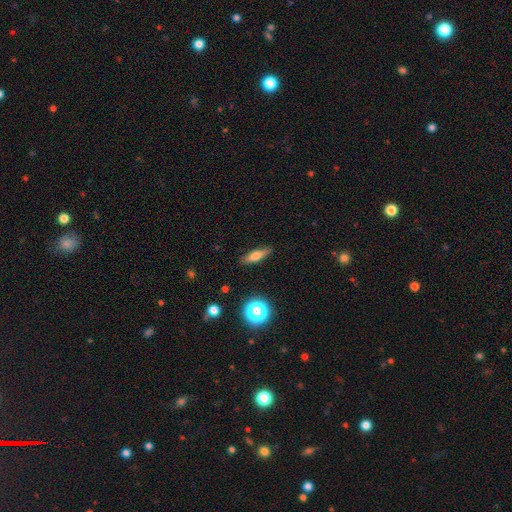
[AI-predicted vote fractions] Smooth or featured: smooth — 60% (featured or disk — 30%)
How rounded: cigar-shaped — 59% (in between — 35%)
Merging: none — 87% (minor disturbance — 9%)